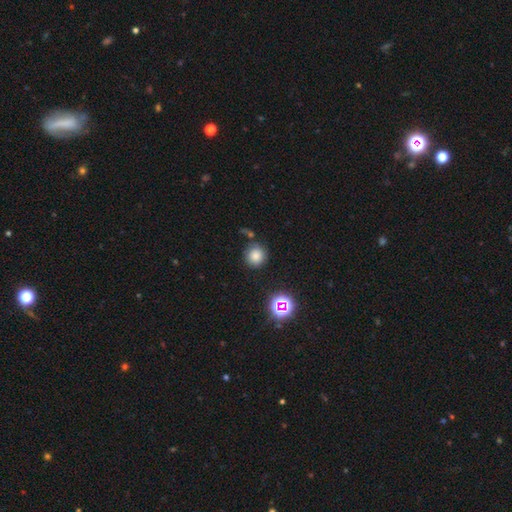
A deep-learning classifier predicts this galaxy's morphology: A smooth galaxy with no disk features (78%) that is round (92%). Merging: none (76%).